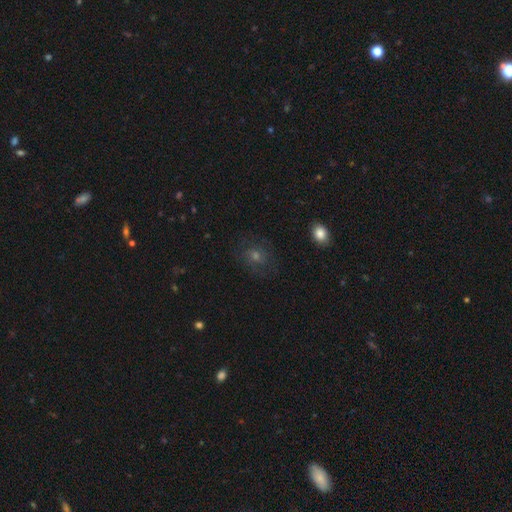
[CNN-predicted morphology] Q: Smooth or featured?
A: smooth (43%); runner-up: star or artifact (29%)
Q: Merging?
A: none (78%); runner-up: minor disturbance (13%)